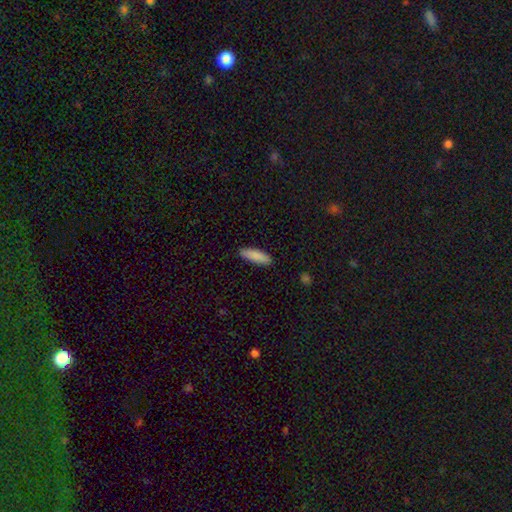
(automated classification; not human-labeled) Smooth or featured?
  - smooth: 88% *
  - featured or disk: 6%
  - star or artifact: 6%
How rounded?
  - cigar-shaped: 57% *
  - in between: 42%
  - round: 2%
Merging?
  - none: 89% *
  - minor disturbance: 9%
  - major disturbance: 2%
  - merger: 1%